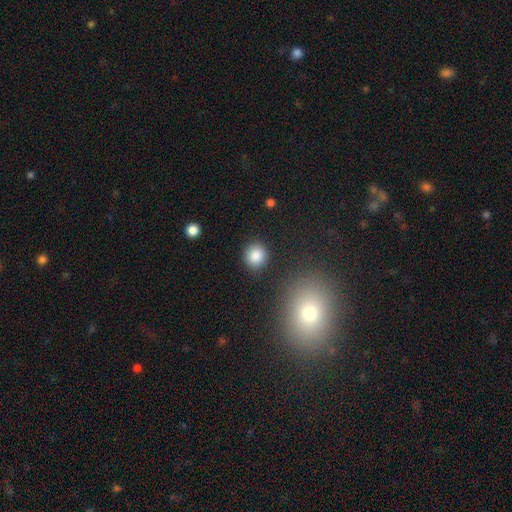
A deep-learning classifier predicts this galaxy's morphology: A smooth galaxy with no disk features (85%) that is round (84%).

Vote fractions:
- Smooth or featured? smooth: 85% / star or artifact: 10% / featured or disk: 5%
- How rounded? round: 84% / in between: 15% / cigar-shaped: 1%
- Merging? none: 88% / minor disturbance: 7% / major disturbance: 2% / merger: 2%